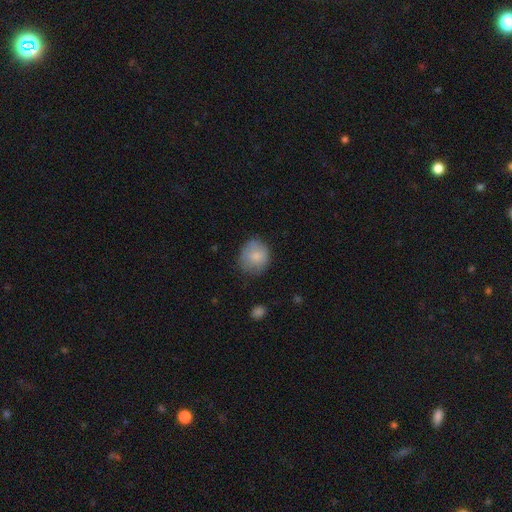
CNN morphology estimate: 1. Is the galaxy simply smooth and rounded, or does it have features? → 81% smooth, 12% featured or disk, 8% star or artifact.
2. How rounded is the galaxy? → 79% round, 20% in between, 1% cigar-shaped.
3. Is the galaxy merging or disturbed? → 68% none, 23% minor disturbance, 6% major disturbance, 2% merger.